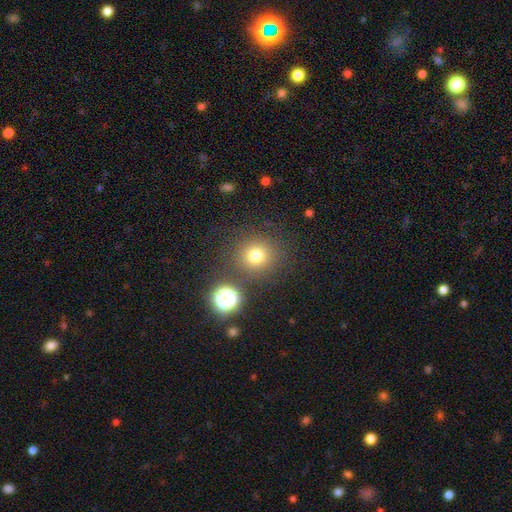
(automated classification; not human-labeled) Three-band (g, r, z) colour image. It shows a smooth galaxy with no disk features (74%) that is round (92%). Merging: none (84%).